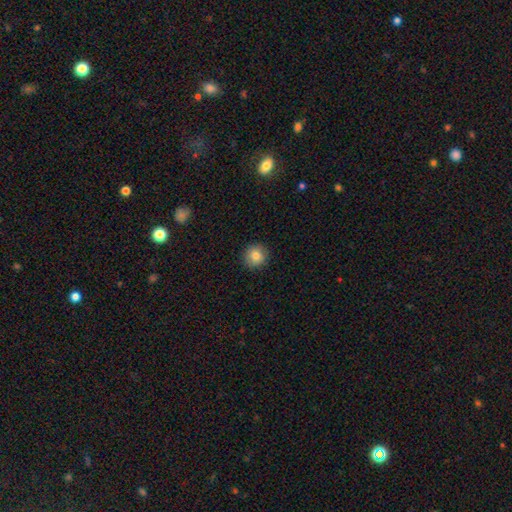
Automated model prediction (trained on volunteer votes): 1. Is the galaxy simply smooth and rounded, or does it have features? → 83% smooth, 9% star or artifact, 8% featured or disk.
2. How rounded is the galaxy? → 92% round, 7% in between, 1% cigar-shaped.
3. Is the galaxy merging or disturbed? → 91% none, 6% minor disturbance, 2% major disturbance, 1% merger.